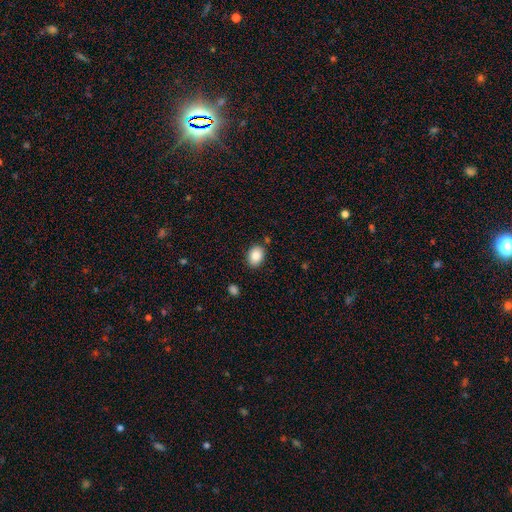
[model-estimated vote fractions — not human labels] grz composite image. It shows a smooth galaxy with no disk features (87%) that is in between round and cigar-shaped (68%). Merging: none (83%).